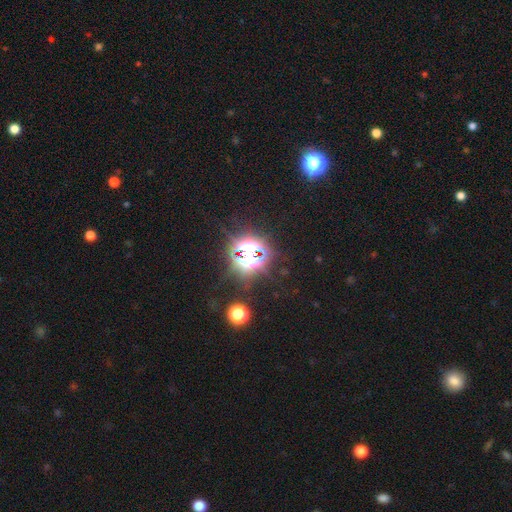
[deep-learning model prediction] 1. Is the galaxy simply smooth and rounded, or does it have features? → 74% star or artifact, 16% smooth, 10% featured or disk.